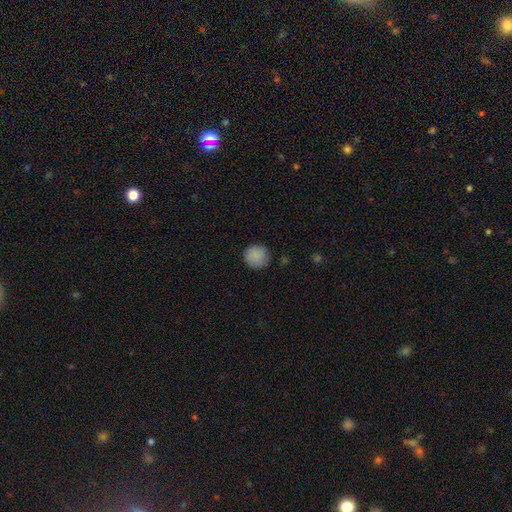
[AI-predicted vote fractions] smooth 88%, star or artifact 8%, featured or disk 4%. Down the decision tree: how rounded — round (93%); merging — none (87%).